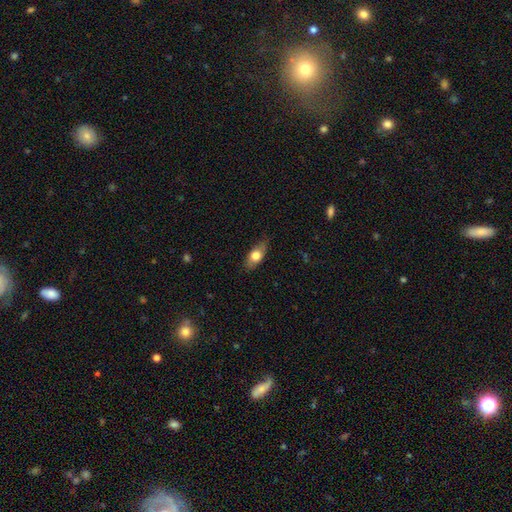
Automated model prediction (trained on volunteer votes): smooth 72%, featured or disk 21%, star or artifact 7%. Down the decision tree: how rounded — in between (82%); merging — none (81%).